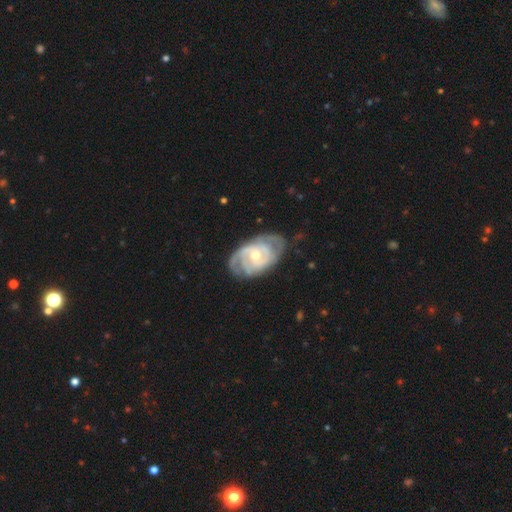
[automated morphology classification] This appears to be a featured or disk galaxy (86%) with no bar (59%), 2 (35%) tight (65%) spiral arms (94%) and a moderate central bulge (57%). Merging: none (70%).